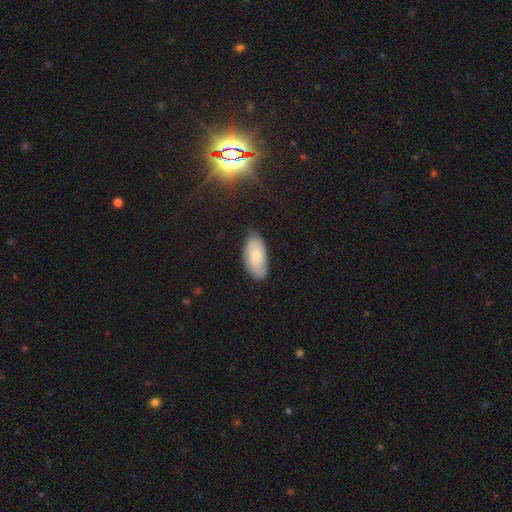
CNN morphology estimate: smooth-or-featured: smooth: 72% | featured or disk: 21% | star or artifact: 7%
  how-rounded: in between: 92% | cigar-shaped: 6% | round: 2%
  merging: none: 74% | minor disturbance: 21% | major disturbance: 4% | merger: 1%